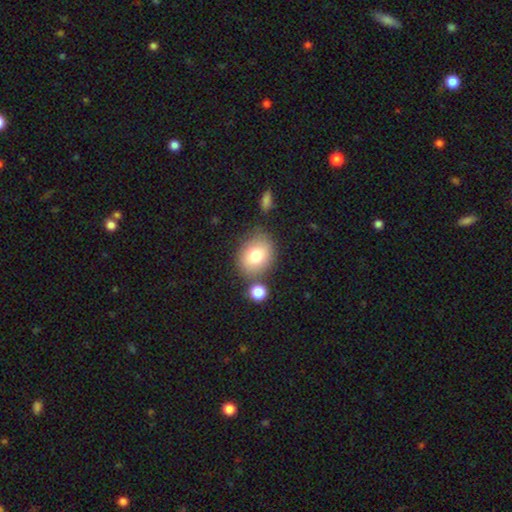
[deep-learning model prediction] Smooth or featured? Predicted: smooth (p=0.77). How rounded? Predicted: in between (p=0.54). Merging? Predicted: none (p=0.69).